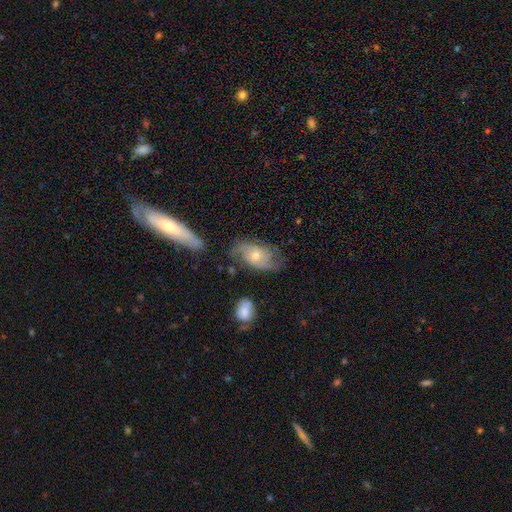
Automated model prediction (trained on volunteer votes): A featured or disk galaxy (74%) with no bar (74%), 2 (64%) medium (41%) spiral arms (90%) and a small central bulge (48%). Merging: none (59%).